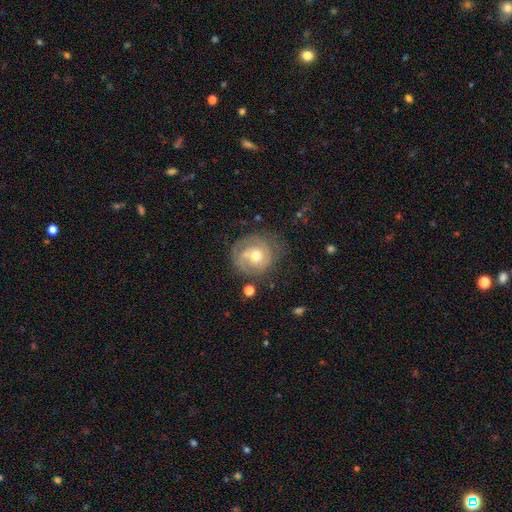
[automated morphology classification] A featured or disk galaxy (70%) with no bar (64%), 2 (40%) tight (62%) spiral arms (82%) and a moderate central bulge (71%).

Vote fractions:
- Smooth or featured? featured or disk: 70% / smooth: 23% / star or artifact: 7%
- Edge-on disk? no: 97% / yes: 3%
- Bar? no: 64% / weak: 30% / strong: 6%
- Spiral arms? yes: 82% / no: 18%
- Spiral winding? tight: 62% / medium: 28% / loose: 10%
- Spiral arm count? 2: 40% / can't tell: 32% / 1: 11% / 3: 11% / 4: 3% / more than 4: 3%
- Bulge size? moderate: 71% / small: 21% / large: 6% / none: 1% / dominant: 1%
- Merging? none: 64% / minor disturbance: 21% / major disturbance: 11% / merger: 4%